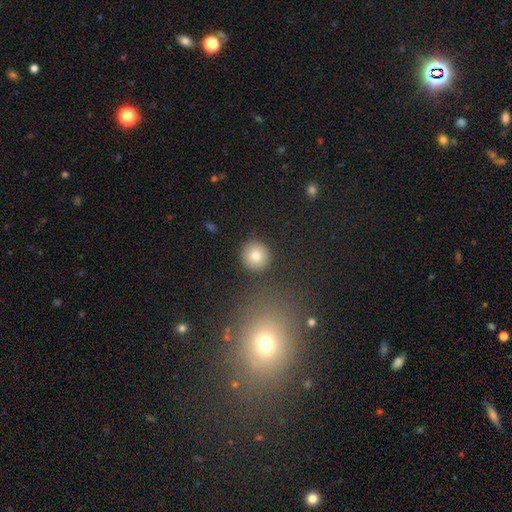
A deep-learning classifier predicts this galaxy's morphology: type=smooth (81%); roundness=round (94%); merging=none (91%).